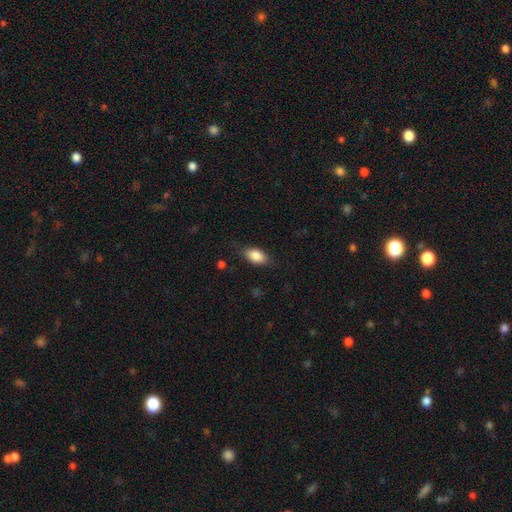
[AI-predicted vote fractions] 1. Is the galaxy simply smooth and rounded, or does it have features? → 84% smooth, 9% featured or disk, 7% star or artifact.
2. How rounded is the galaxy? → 88% in between, 8% round, 4% cigar-shaped.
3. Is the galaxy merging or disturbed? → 76% none, 18% minor disturbance, 5% major disturbance, 1% merger.